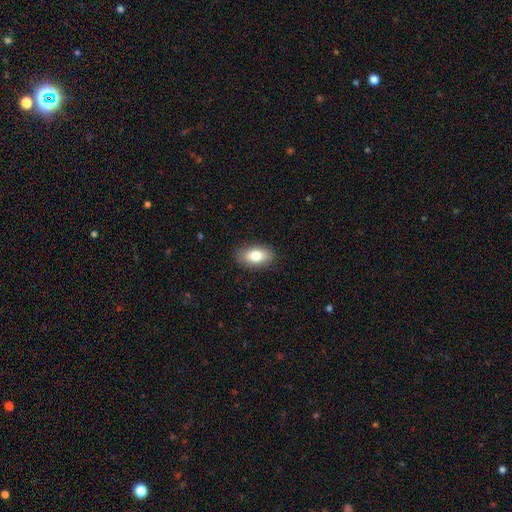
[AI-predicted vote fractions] The model was most divided on "smooth or featured": smooth: 79%, featured or disk: 13%, star or artifact: 7%. More confident: how rounded — in between (91%); merging — none (87%).